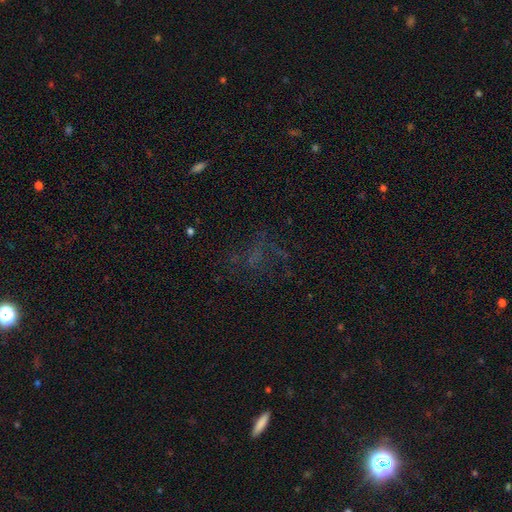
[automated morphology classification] Smooth or featured: star or artifact — 44% (smooth — 29%)